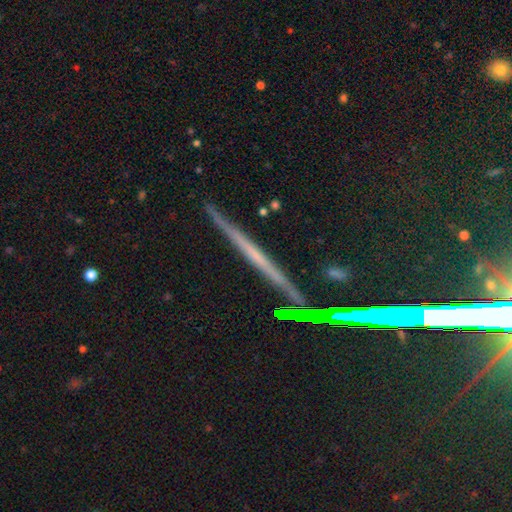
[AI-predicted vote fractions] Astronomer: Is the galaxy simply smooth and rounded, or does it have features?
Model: featured or disk — 54%.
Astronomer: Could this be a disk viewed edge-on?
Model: yes — 95%.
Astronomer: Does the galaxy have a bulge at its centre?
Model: none — 79%.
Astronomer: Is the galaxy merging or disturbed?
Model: none — 87%.